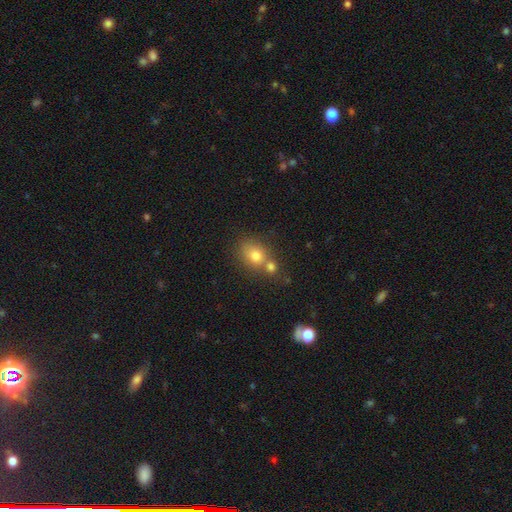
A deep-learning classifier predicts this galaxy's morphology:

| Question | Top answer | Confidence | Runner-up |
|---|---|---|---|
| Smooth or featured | smooth | 75% | star or artifact (13%) |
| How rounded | round | 56% | in between (43%) |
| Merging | none | 46% | merger (40%) |